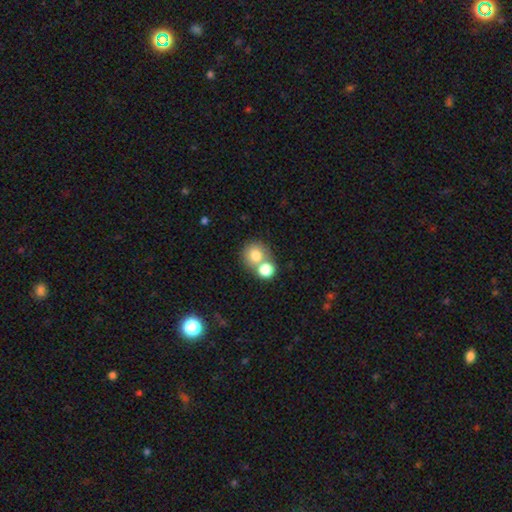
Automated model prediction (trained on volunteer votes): A smooth galaxy with no disk features (77%) that is round (86%). Merging: none (46%).